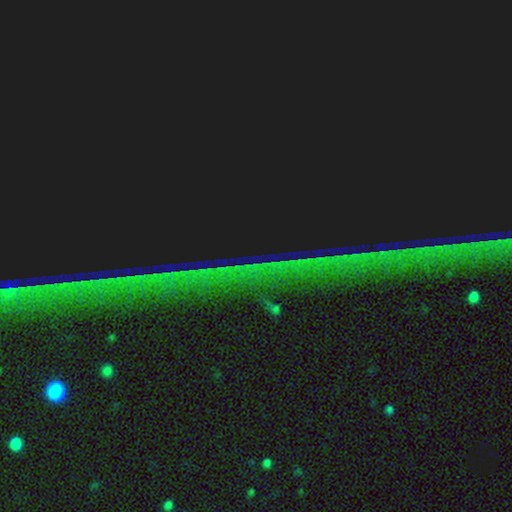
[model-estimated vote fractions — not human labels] smooth-or-featured: star or artifact: 87% | featured or disk: 8% | smooth: 6%